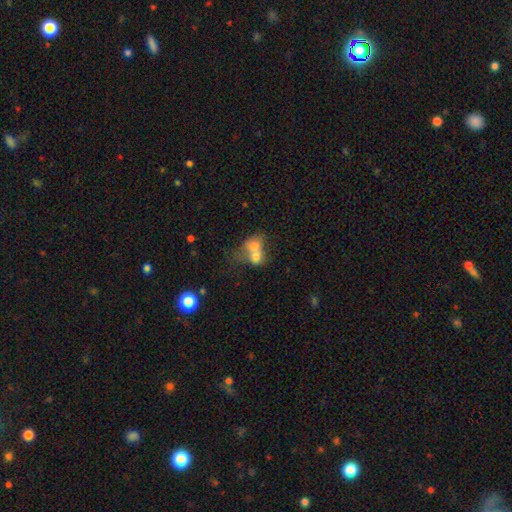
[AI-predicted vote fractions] This is likely a smooth galaxy (66%). How rounded: possibly round (55%). Merging: likely merger (76%).